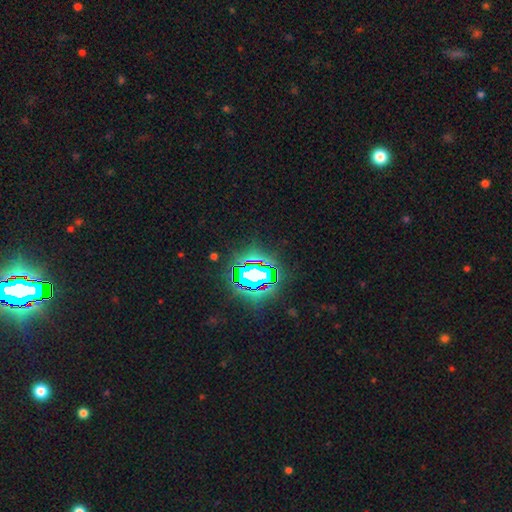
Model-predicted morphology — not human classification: star or artifact 84%, smooth 10%, featured or disk 6%.